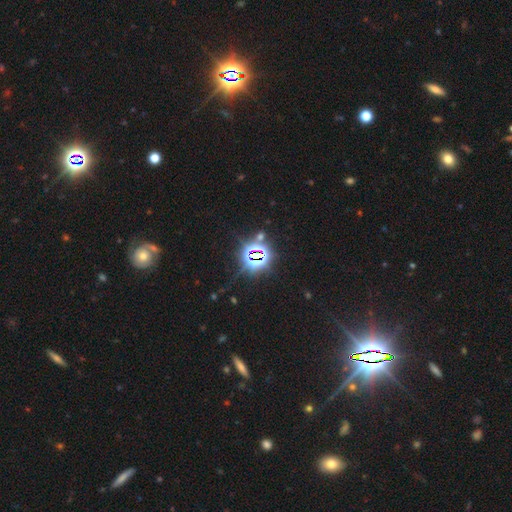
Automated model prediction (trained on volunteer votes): The model was most divided on "smooth or featured": star or artifact: 81%, smooth: 12%, featured or disk: 8%.